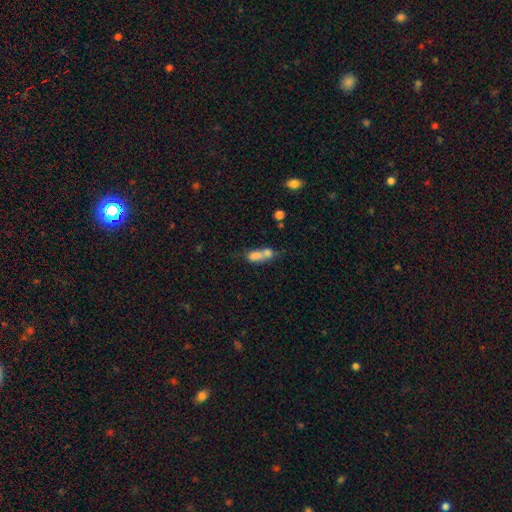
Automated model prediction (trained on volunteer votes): Q: Smooth or featured?
A: smooth (70%); runner-up: featured or disk (19%)
Q: How rounded?
A: in between (69%); runner-up: cigar-shaped (18%)
Q: Merging?
A: merger (59%); runner-up: none (21%)